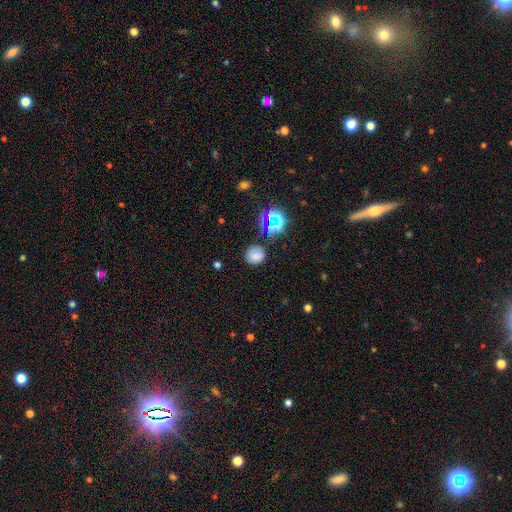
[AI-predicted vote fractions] smooth 67%, star or artifact 22%, featured or disk 11%. Down the decision tree: how rounded — round (82%); merging — none (73%).